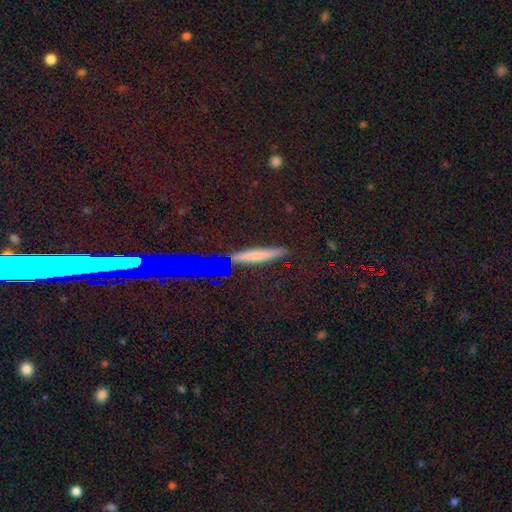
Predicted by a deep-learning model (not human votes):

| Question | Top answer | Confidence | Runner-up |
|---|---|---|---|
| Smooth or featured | smooth | 49% | star or artifact (28%) |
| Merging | none | 86% | minor disturbance (9%) |